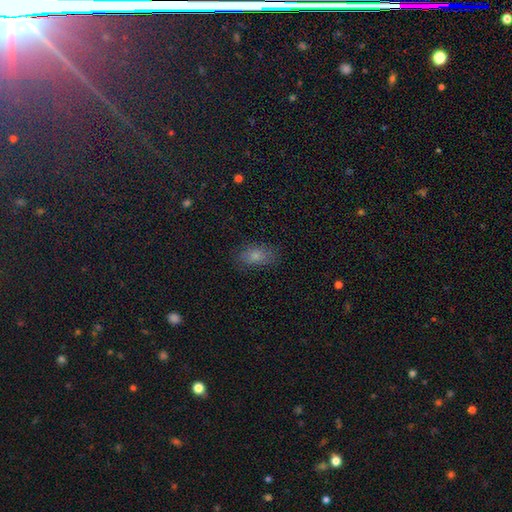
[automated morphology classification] A smooth galaxy with no disk features (78%) that is in between round and cigar-shaped (89%).

Vote fractions:
- Smooth or featured? smooth: 78% / star or artifact: 13% / featured or disk: 10%
- How rounded? in between: 89% / round: 7% / cigar-shaped: 4%
- Merging? none: 80% / minor disturbance: 15% / major disturbance: 4% / merger: 1%